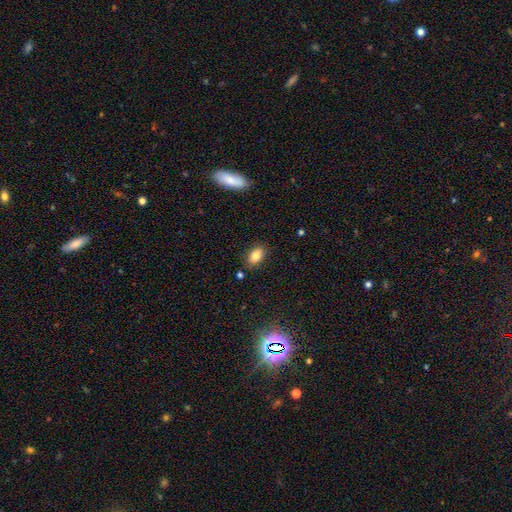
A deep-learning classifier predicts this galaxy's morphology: Smooth or featured? Predicted: smooth (p=0.84). How rounded? Predicted: in between (p=0.88). Merging? Predicted: none (p=0.82).